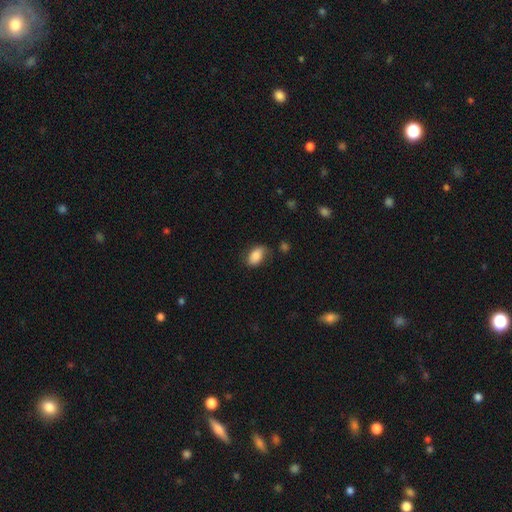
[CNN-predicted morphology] Smooth or featured: smooth — 83% (featured or disk — 10%)
How rounded: in between — 90% (round — 8%)
Merging: none — 69% (minor disturbance — 22%)